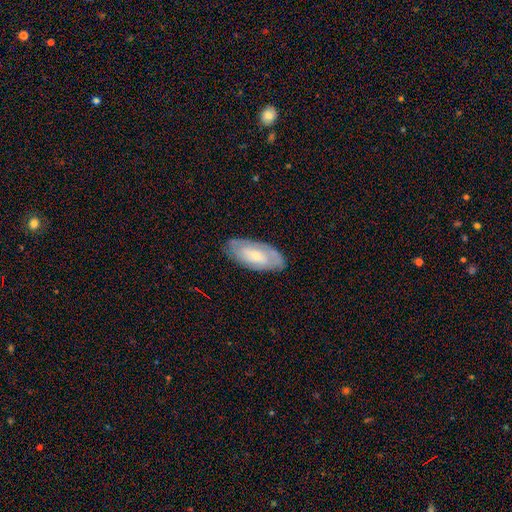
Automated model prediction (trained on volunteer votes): A featured or disk galaxy (60%) with no bar (54%), spiral arms (78%) and a small central bulge (60%). Merging: none (81%).